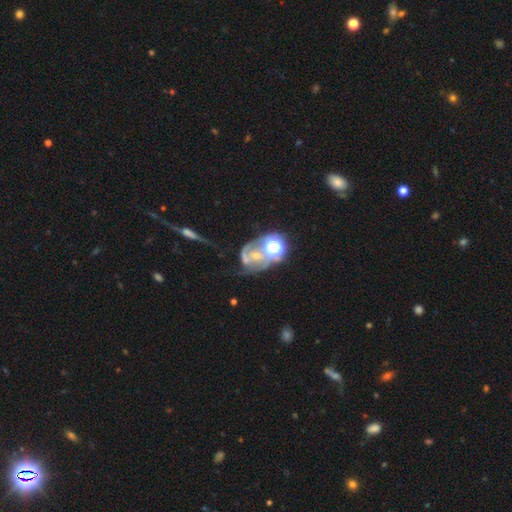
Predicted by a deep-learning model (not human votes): smooth_or_featured: featured or disk (p=0.64) [alt: star or artifact p=0.19]
disk_edge_on: no (p=0.97) [alt: yes p=0.03]
bar: no (p=0.61) [alt: weak p=0.27]
has_spiral_arms: yes (p=0.82) [alt: no p=0.18]
spiral_winding: medium (p=0.45) [alt: loose p=0.28]
spiral_arm_count: 2 (p=0.67) [alt: can't tell p=0.13]
bulge_size: small (p=0.44) [alt: moderate p=0.42]
merging: none (p=0.31) [tied with: merger p=0.31]